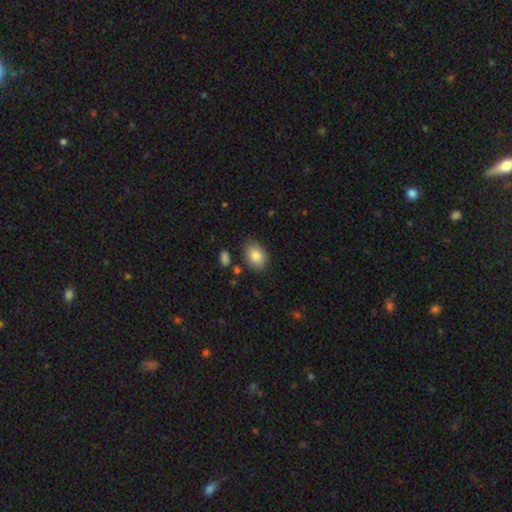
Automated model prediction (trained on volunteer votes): This appears to be a smooth galaxy with no disk features (85%) that is in between round and cigar-shaped (72%). Merging: none (80%).